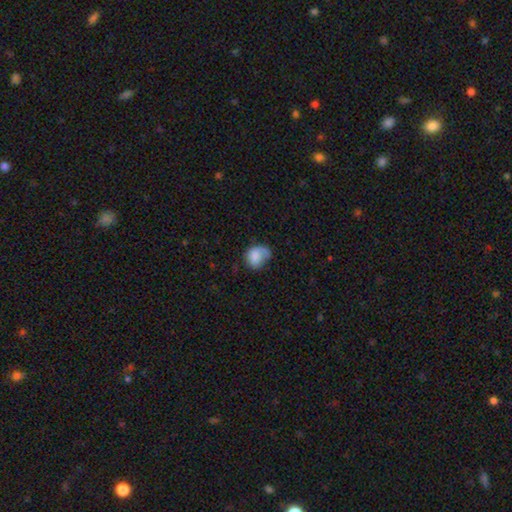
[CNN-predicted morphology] type=smooth (73%); roundness=in between (50%); merging=none (36%).